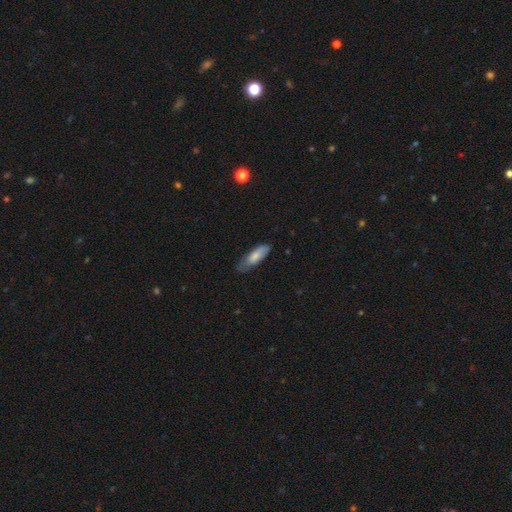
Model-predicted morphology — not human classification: A smooth galaxy with no disk features (74%) that is in between round and cigar-shaped (55%).

Vote fractions:
- Smooth or featured? smooth: 74% / featured or disk: 20% / star or artifact: 6%
- How rounded? in between: 55% / cigar-shaped: 44% / round: 2%
- Merging? none: 56% / minor disturbance: 33% / major disturbance: 9% / merger: 2%